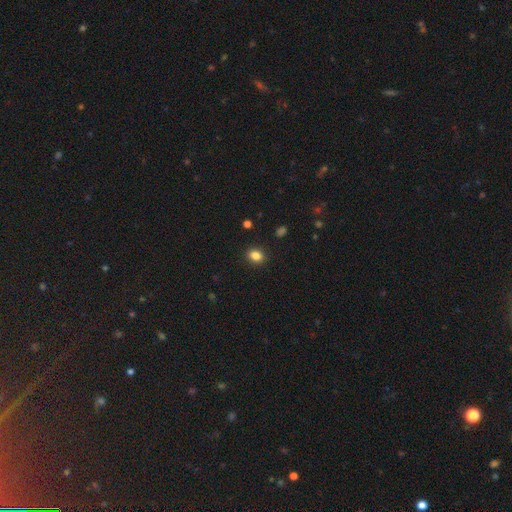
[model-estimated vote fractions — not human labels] smooth 84%, star or artifact 11%, featured or disk 5%. Down the decision tree: how rounded — round (54%); merging — none (90%).